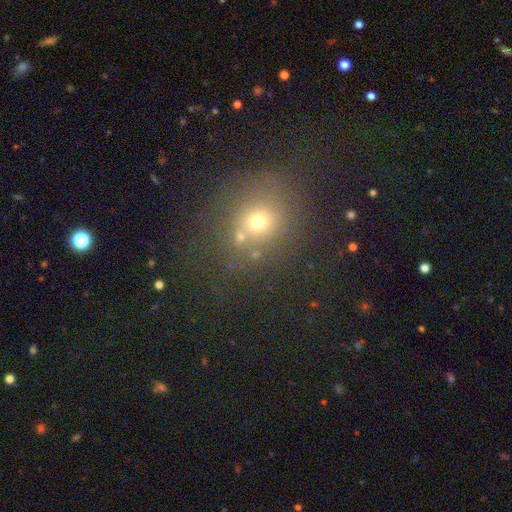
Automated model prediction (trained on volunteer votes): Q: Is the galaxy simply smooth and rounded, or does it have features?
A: smooth — 62%.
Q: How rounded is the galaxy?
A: round — 75%.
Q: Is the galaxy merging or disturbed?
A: none — 67%.